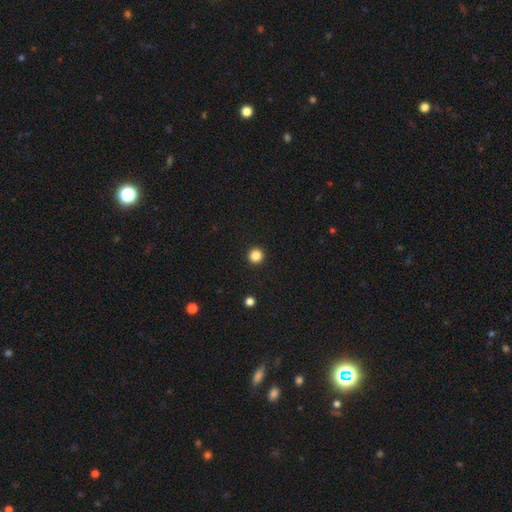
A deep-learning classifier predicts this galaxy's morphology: The model was most divided on "smooth or featured": smooth: 86%, star or artifact: 11%, featured or disk: 3%. More confident: how rounded — round (96%); merging — none (94%).